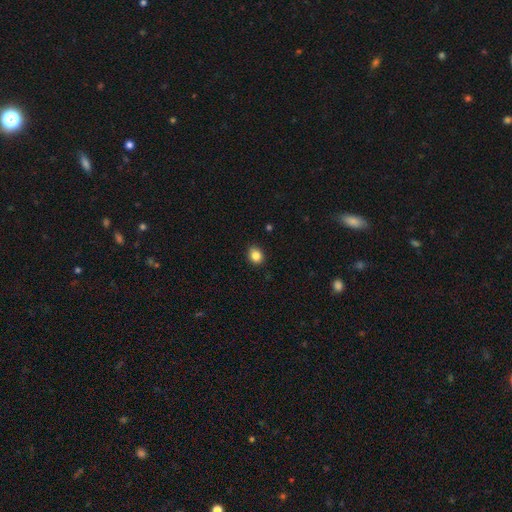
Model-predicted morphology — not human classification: A smooth galaxy with no disk features (85%) that is round (60%). Merging: none (90%).